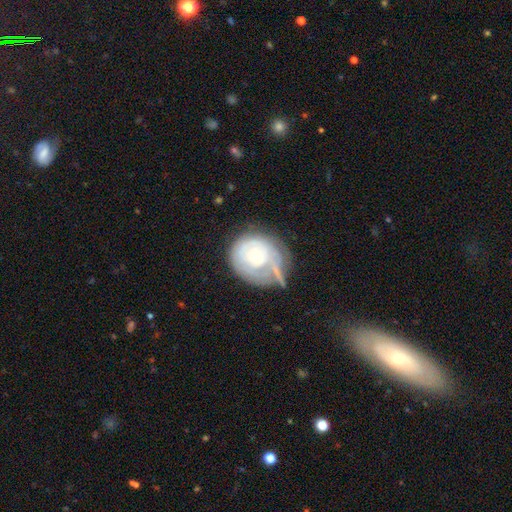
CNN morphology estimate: This is likely a featured or disk galaxy (65%). It is clearly not viewed edge-on (96%). Bar: clearly no (83%). Spiral arm pattern: likely yes (64%). Central bulge: possibly small (52%). Merging: marginally none (39%).